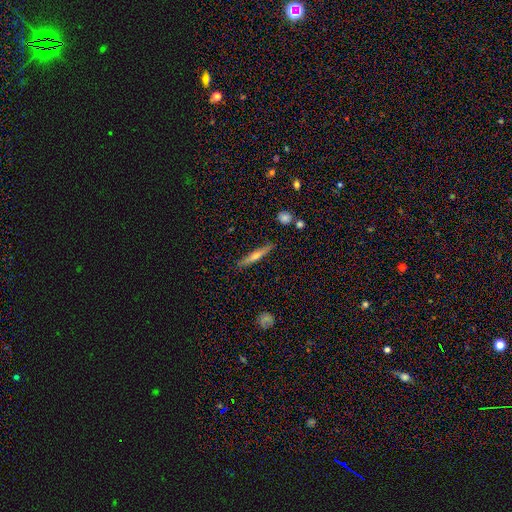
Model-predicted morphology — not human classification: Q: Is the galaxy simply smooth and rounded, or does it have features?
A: featured or disk — 52%.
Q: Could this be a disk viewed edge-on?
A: yes — 94%.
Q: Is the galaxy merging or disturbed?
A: none — 87%.